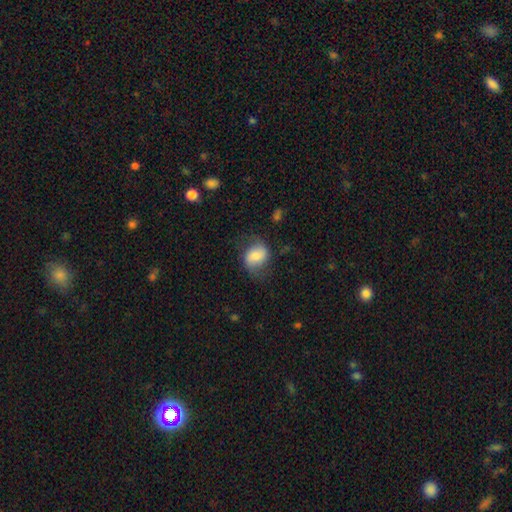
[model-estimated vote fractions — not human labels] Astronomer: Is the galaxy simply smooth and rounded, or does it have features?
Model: smooth — 63%.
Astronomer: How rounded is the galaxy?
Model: in between — 56% (runner-up: round, 42%).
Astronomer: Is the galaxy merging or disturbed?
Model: none — 61%.